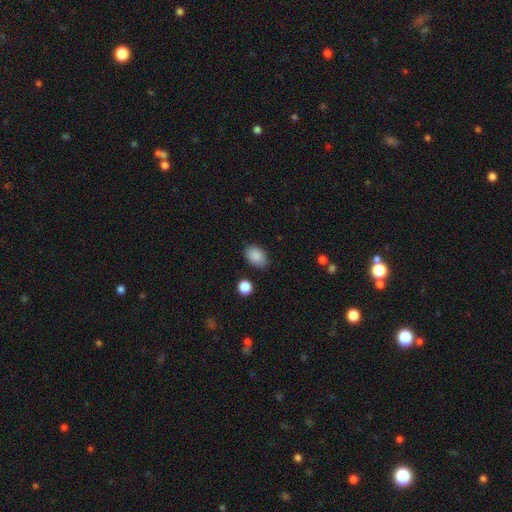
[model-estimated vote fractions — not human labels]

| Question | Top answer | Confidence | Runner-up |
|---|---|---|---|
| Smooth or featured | smooth | 88% | star or artifact (8%) |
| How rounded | in between | 83% | round (16%) |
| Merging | none | 83% | minor disturbance (12%) |